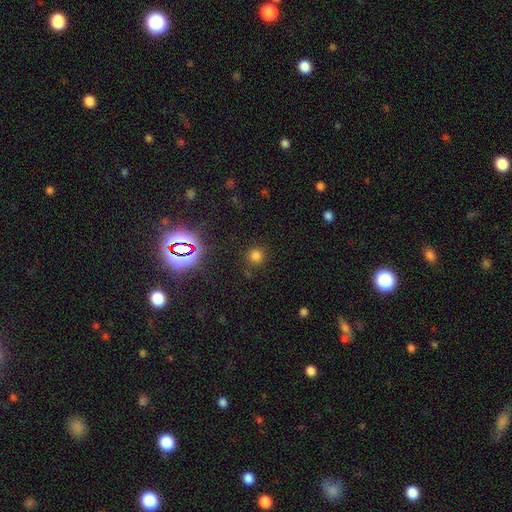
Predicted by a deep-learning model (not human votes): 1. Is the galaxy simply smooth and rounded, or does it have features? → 72% smooth, 23% star or artifact, 5% featured or disk.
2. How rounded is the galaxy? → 92% round, 7% in between, 1% cigar-shaped.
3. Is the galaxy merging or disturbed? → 83% none, 9% minor disturbance, 4% major disturbance, 3% merger.